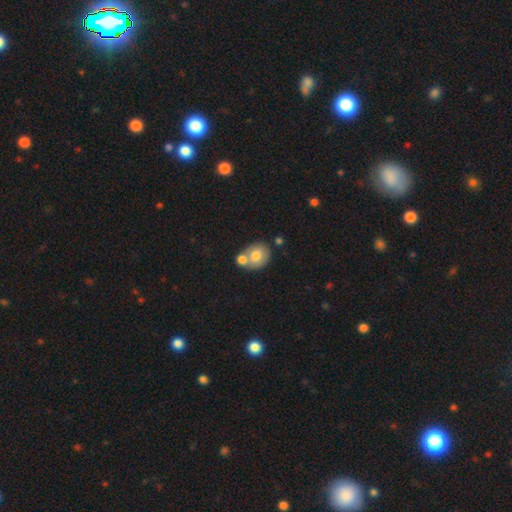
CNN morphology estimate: smooth_or_featured: smooth (p=0.72) [alt: featured or disk p=0.19]
how_rounded: round (p=0.64) [alt: in between p=0.35]
merging: merger (p=0.44) [alt: none p=0.42]